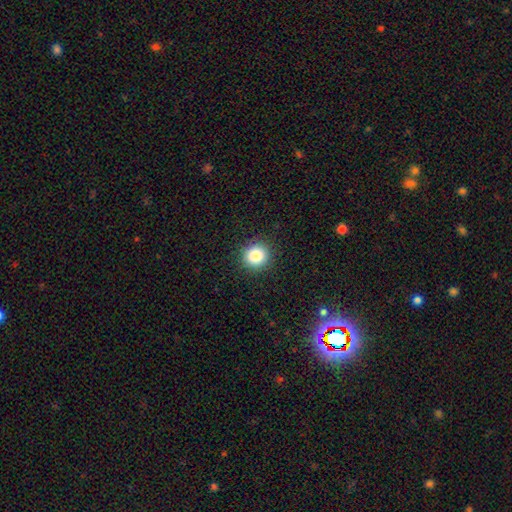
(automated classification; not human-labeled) Smooth or featured? smooth (84%)
How rounded? round (91%)
Merging? none (91%)